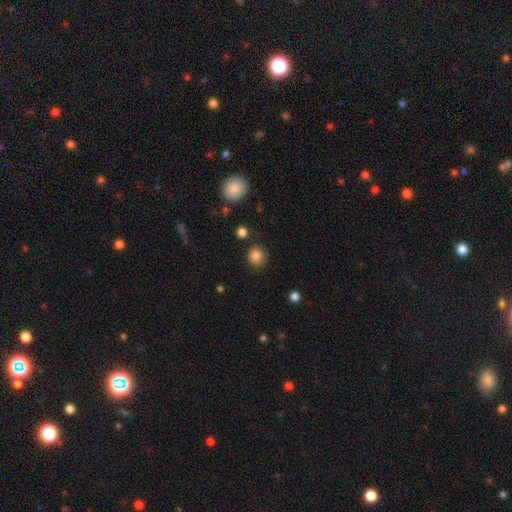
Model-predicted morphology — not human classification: Smooth or featured? Predicted: smooth (p=0.86). How rounded? Predicted: round (p=0.86). Merging? Predicted: none (p=0.84).